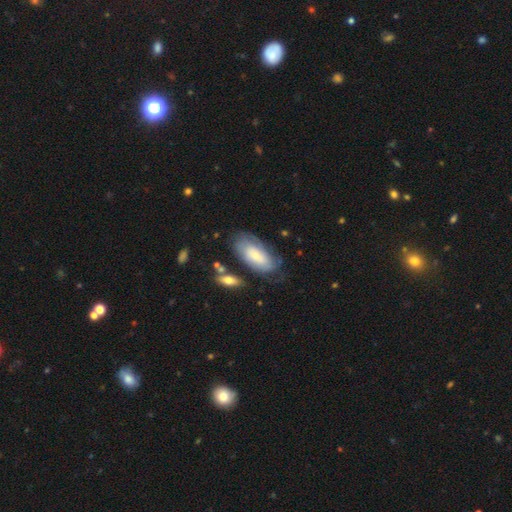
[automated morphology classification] This appears to be a smooth galaxy with no disk features (56%) that is in between round and cigar-shaped (90%). Merging: none (61%).